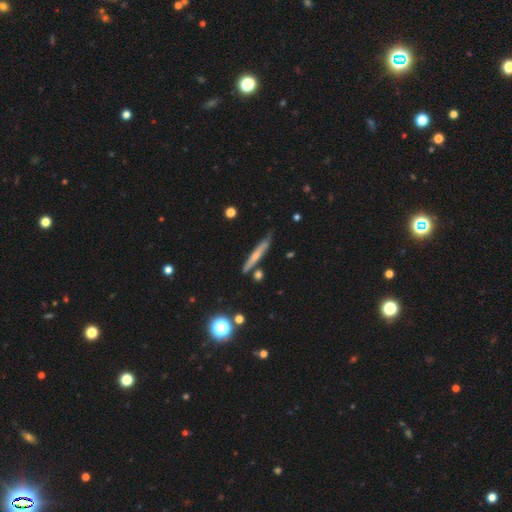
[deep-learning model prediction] Q: Smooth or featured?
A: smooth (50%); runner-up: featured or disk (42%)
Q: How rounded?
A: cigar-shaped (93%); runner-up: in between (4%)
Q: Merging?
A: none (79%); runner-up: minor disturbance (14%)